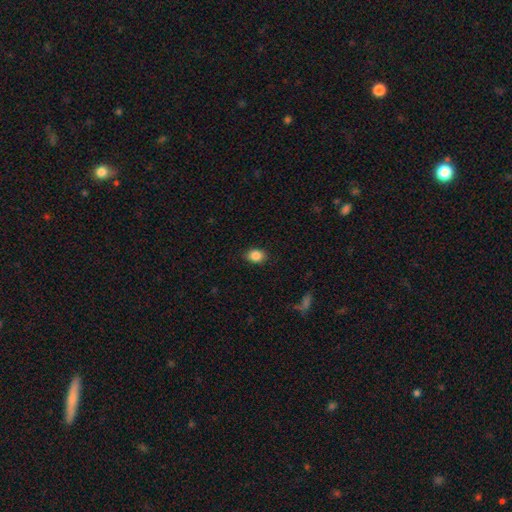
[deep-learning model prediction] The model was most divided on "how rounded": in between: 60%, round: 39%, cigar-shaped: 1%. More confident: merging — none (87%); smooth or featured — smooth (86%).